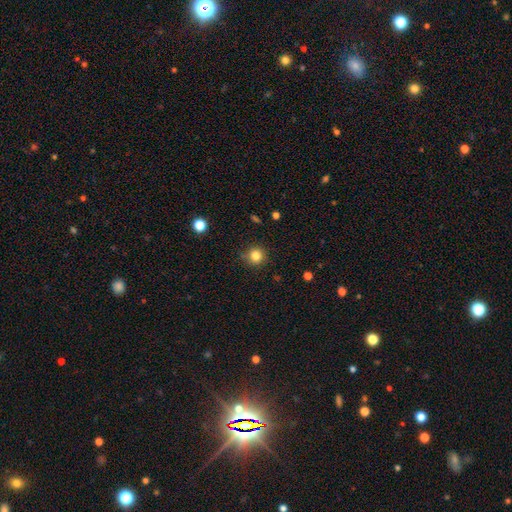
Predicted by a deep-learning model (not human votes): smooth 83%, star or artifact 12%, featured or disk 5%. Down the decision tree: how rounded — round (93%); merging — none (85%).